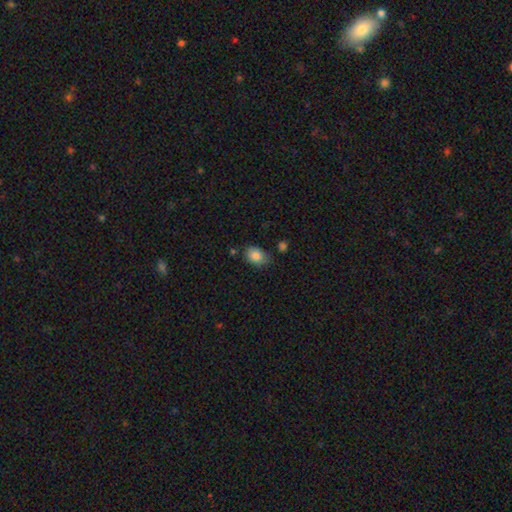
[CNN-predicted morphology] The model was most divided on "how rounded": in between: 69%, round: 30%, cigar-shaped: 1%. More confident: smooth or featured — smooth (85%); merging — none (68%).